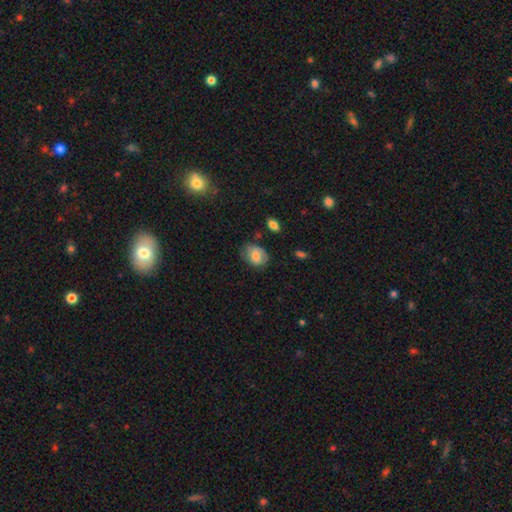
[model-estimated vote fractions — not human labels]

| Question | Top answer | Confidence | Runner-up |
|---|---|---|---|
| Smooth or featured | smooth | 72% | featured or disk (20%) |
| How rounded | in between | 67% | round (32%) |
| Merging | none | 62% | minor disturbance (27%) |